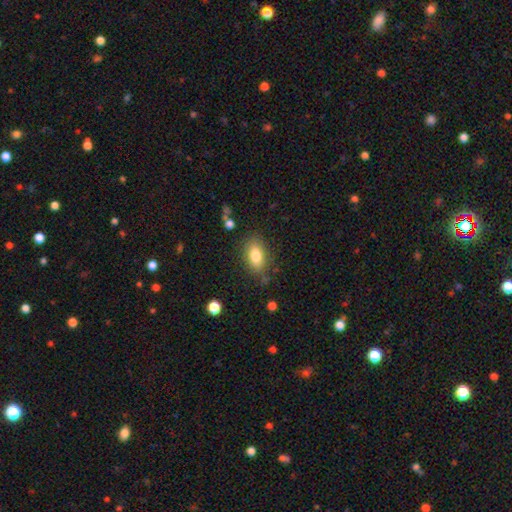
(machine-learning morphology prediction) Smooth or featured? Predicted: smooth (p=0.81). How rounded? Predicted: in between (p=0.89). Merging? Predicted: none (p=0.77).